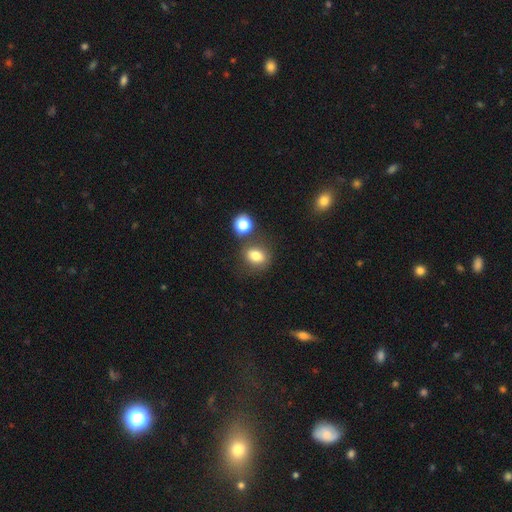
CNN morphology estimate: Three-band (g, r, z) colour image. It shows a smooth galaxy with no disk features (79%) that is in between round and cigar-shaped (55%). Merging: none (68%).